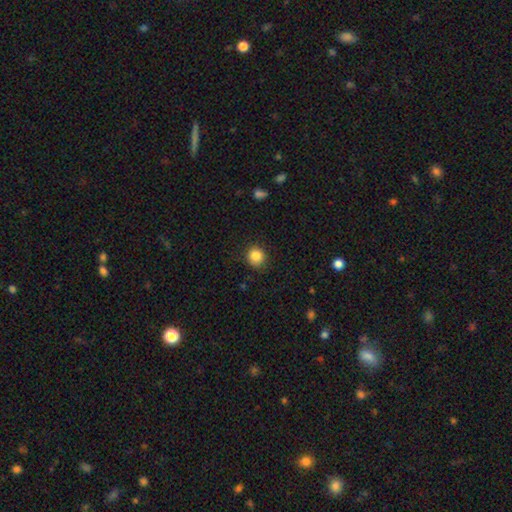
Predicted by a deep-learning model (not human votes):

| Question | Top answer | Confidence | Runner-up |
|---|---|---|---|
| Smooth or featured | smooth | 85% | star or artifact (10%) |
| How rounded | round | 89% | in between (10%) |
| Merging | none | 87% | minor disturbance (9%) |